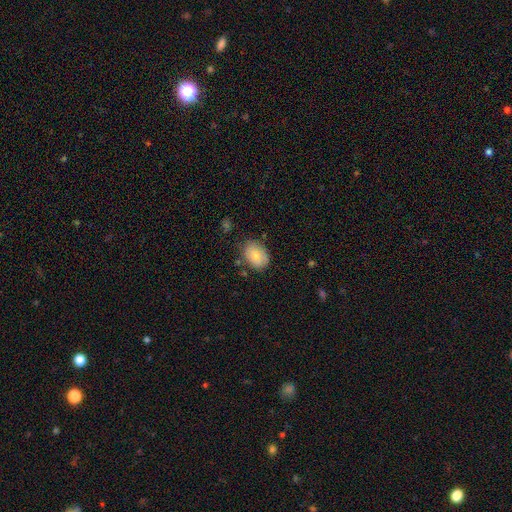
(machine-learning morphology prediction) This is likely a smooth galaxy (76%). How rounded: likely in between (77%). Merging: likely none (75%).